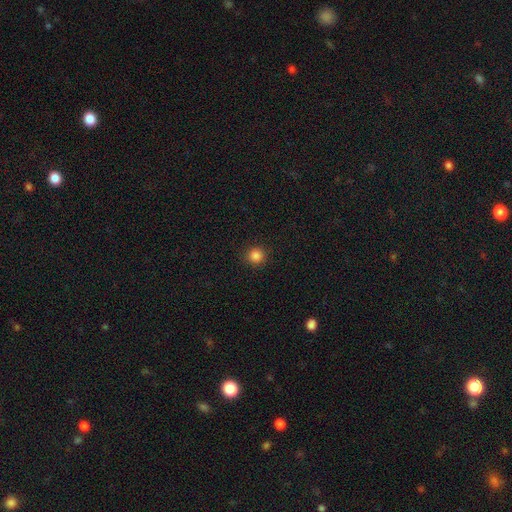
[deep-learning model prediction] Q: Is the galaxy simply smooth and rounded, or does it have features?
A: smooth — 85%.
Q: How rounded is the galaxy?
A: round — 94%.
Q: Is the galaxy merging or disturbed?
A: none — 91%.